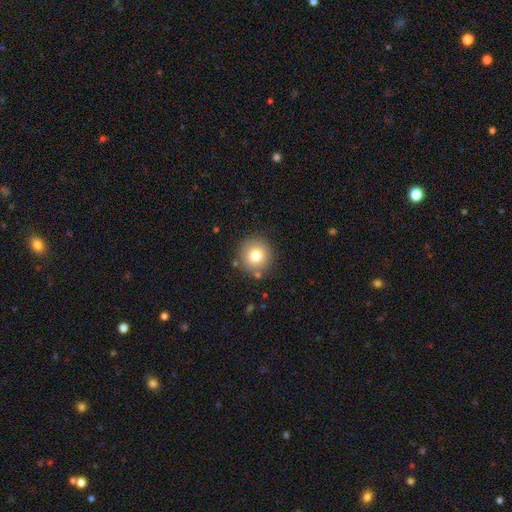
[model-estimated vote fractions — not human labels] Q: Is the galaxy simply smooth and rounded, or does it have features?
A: smooth — 77%.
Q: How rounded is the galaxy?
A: round — 93%.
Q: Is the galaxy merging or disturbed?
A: none — 87%.